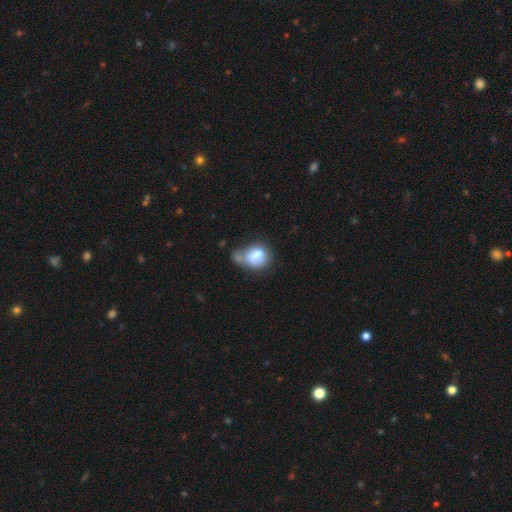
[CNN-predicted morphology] Smooth or featured? Predicted: smooth (p=0.74). How rounded? Predicted: in between (p=0.51). Merging? Predicted: merger (p=0.35).